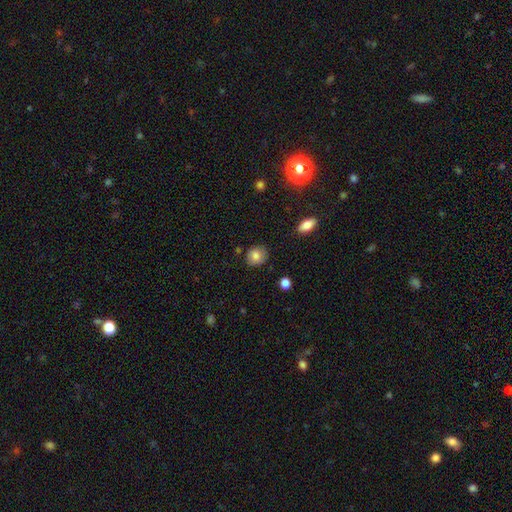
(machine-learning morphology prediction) Smooth or featured? smooth (81%)
How rounded? round (72%)
Merging? none (82%)